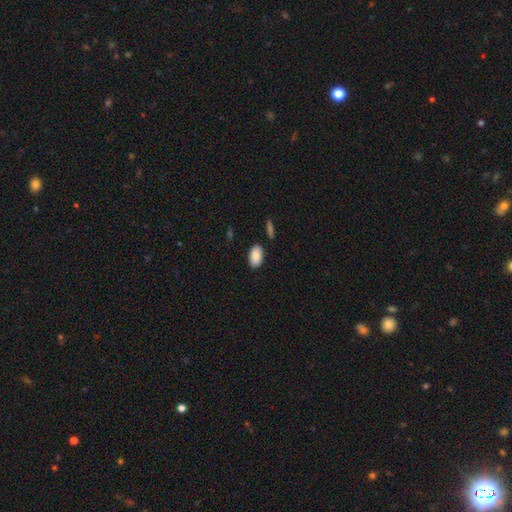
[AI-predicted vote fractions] Overall: smooth (89%). How rounded: in between (94%). Merging: none (85%).